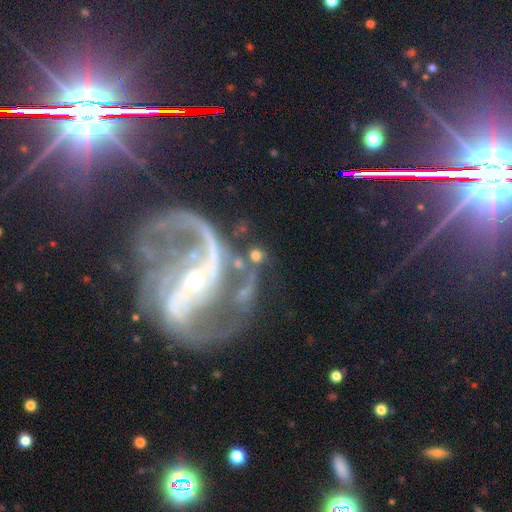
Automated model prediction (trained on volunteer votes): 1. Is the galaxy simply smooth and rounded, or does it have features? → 52% smooth, 35% featured or disk, 13% star or artifact.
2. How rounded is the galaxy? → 74% round, 23% in between, 3% cigar-shaped.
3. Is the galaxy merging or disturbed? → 47% none, 21% merger, 18% major disturbance, 14% minor disturbance.